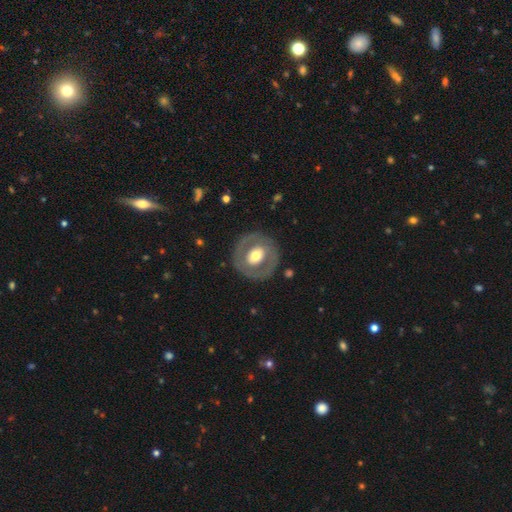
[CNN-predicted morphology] Smooth or featured? featured or disk (52%)
Edge-on disk? no (95%)
Merging? none (83%)